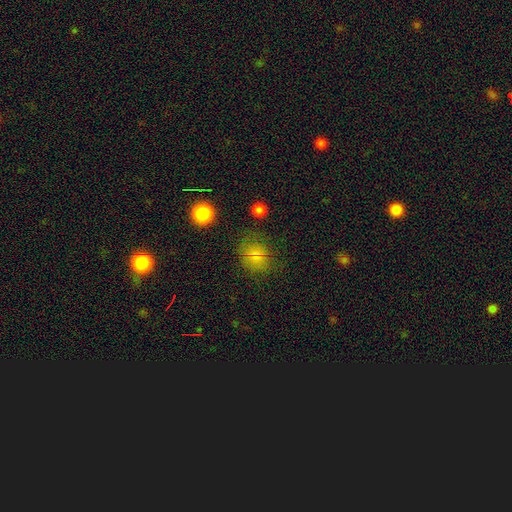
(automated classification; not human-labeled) Smooth or featured? Predicted: smooth (p=0.70). How rounded? Predicted: round (p=0.69). Merging? Predicted: none (p=0.72).